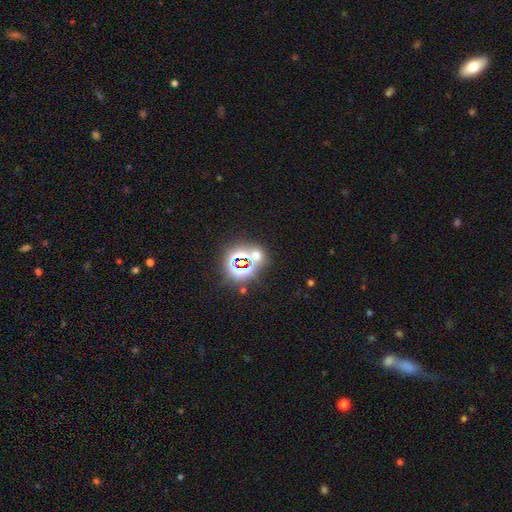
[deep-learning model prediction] Smooth or featured? star or artifact (54%)